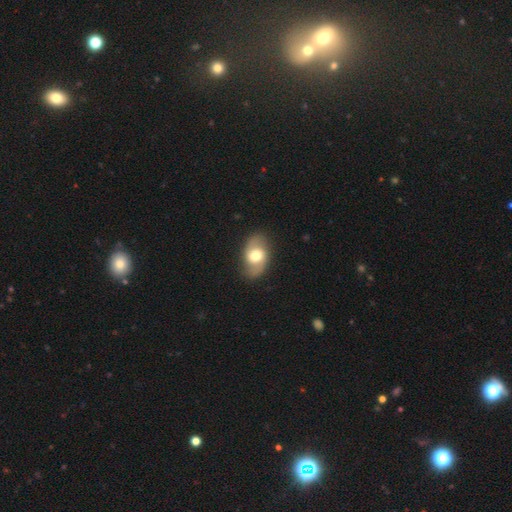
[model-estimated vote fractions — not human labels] featured or disk 51%, smooth 43%, star or artifact 6%. Down the decision tree: edge-on disk — no (93%); merging — none (83%).